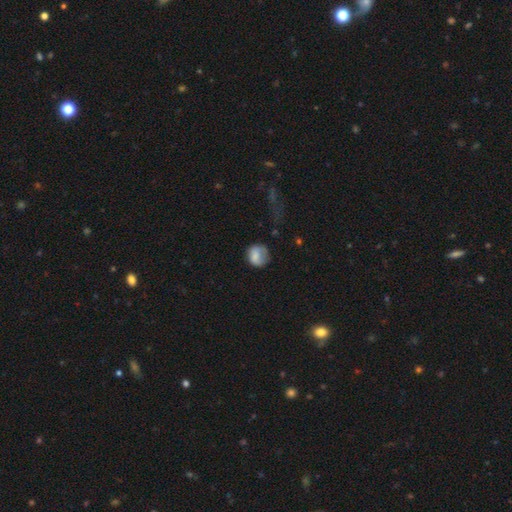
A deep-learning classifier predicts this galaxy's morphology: smooth_or_featured: smooth (p=0.78) [alt: featured or disk p=0.14]
how_rounded: round (p=0.80) [alt: in between p=0.19]
merging: none (p=0.59) [alt: minor disturbance p=0.26]